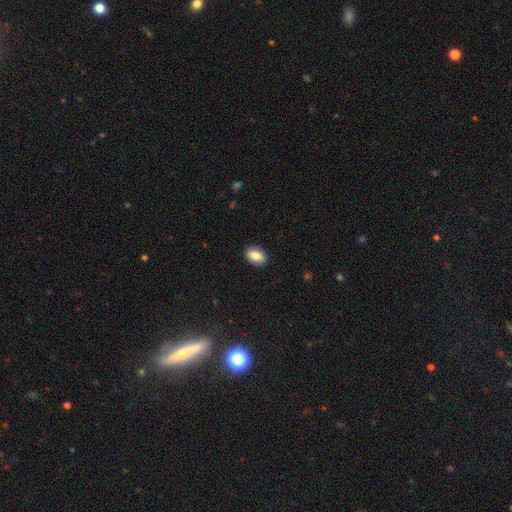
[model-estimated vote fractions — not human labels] A smooth galaxy with no disk features (84%) that is in between round and cigar-shaped (89%).

Vote fractions:
- Smooth or featured? smooth: 84% / featured or disk: 9% / star or artifact: 7%
- How rounded? in between: 89% / round: 10% / cigar-shaped: 2%
- Merging? none: 90% / minor disturbance: 8% / major disturbance: 2% / merger: 1%